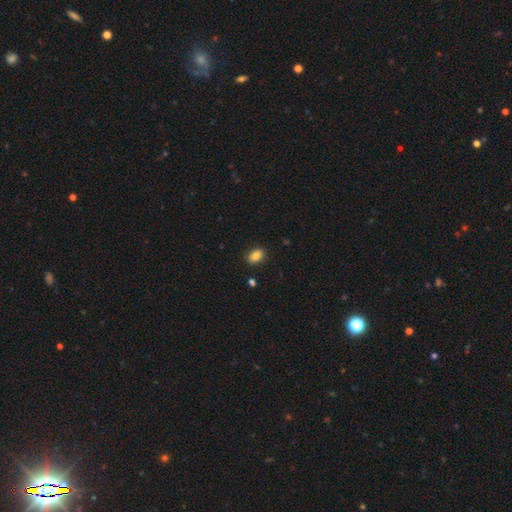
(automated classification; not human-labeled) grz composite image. It shows a smooth galaxy with no disk features (83%) that is in between round and cigar-shaped (82%). Merging: none (86%).